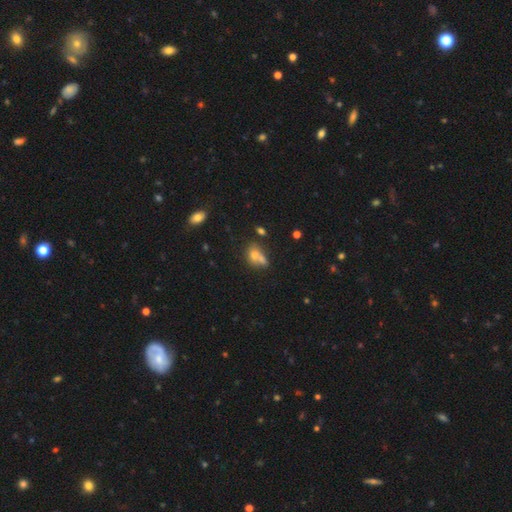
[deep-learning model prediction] smooth 70%, featured or disk 17%, star or artifact 13%. Down the decision tree: how rounded — in between (61%); merging — merger (48%).